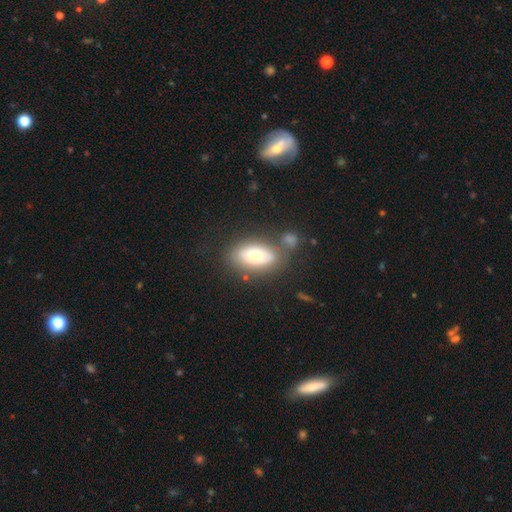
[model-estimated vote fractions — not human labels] smooth-or-featured: smooth: 68% | featured or disk: 25% | star or artifact: 8%
  how-rounded: in between: 89% | round: 6% | cigar-shaped: 4%
  merging: none: 62% | minor disturbance: 16% | merger: 15% | major disturbance: 7%